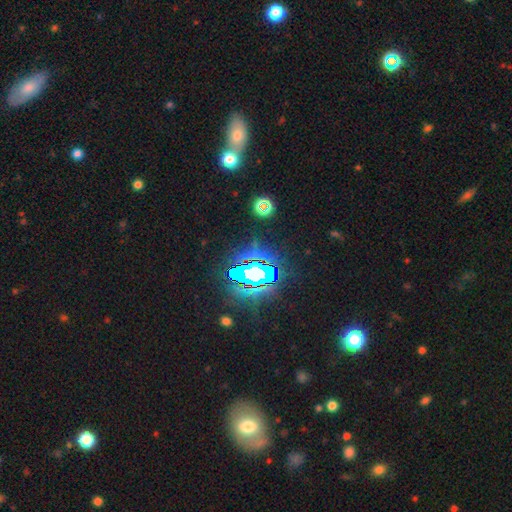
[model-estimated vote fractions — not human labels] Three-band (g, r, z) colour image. It shows a star or artifact, not a galaxy (75%).